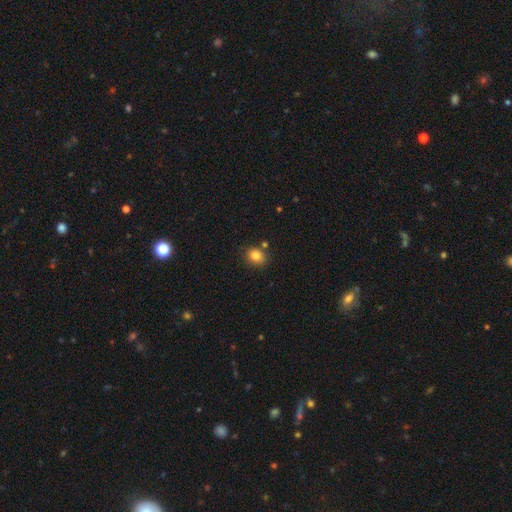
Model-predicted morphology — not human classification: smooth-or-featured: smooth: 83% | star or artifact: 11% | featured or disk: 6%
  how-rounded: round: 62% | in between: 37% | cigar-shaped: 1%
  merging: none: 80% | minor disturbance: 11% | merger: 7% | major disturbance: 3%